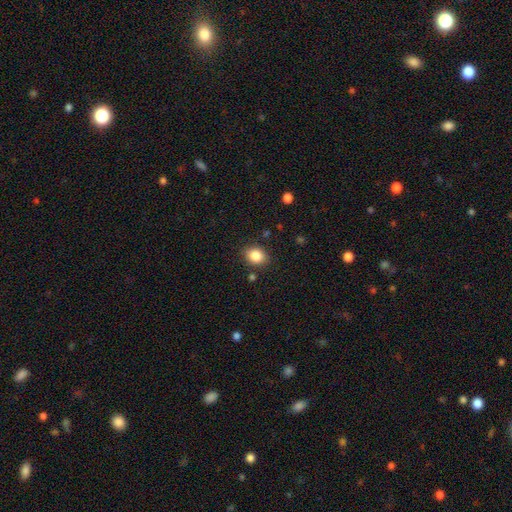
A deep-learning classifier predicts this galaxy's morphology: A smooth galaxy with no disk features (85%) that is in between round and cigar-shaped (52%). Merging: none (85%).